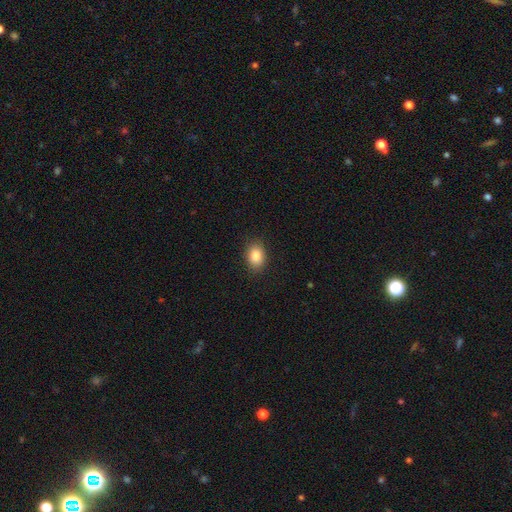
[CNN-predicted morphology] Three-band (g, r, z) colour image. It shows a smooth galaxy with no disk features (85%) that is in between round and cigar-shaped (73%). Merging: none (87%).